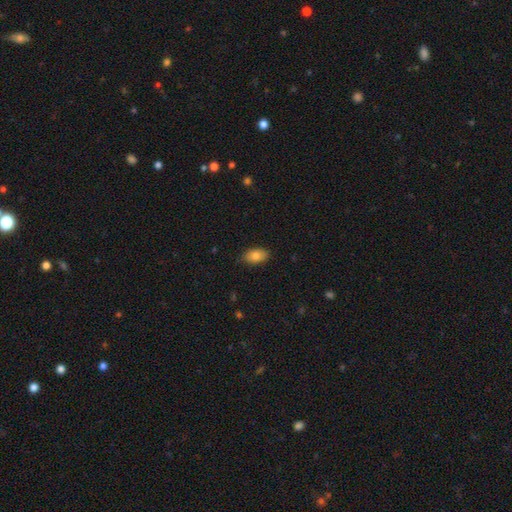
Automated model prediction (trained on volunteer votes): A smooth galaxy with no disk features (82%) that is in between round and cigar-shaped (91%).

Vote fractions:
- Smooth or featured? smooth: 82% / featured or disk: 11% / star or artifact: 8%
- How rounded? in between: 91% / round: 6% / cigar-shaped: 3%
- Merging? none: 84% / minor disturbance: 13% / major disturbance: 2% / merger: 1%